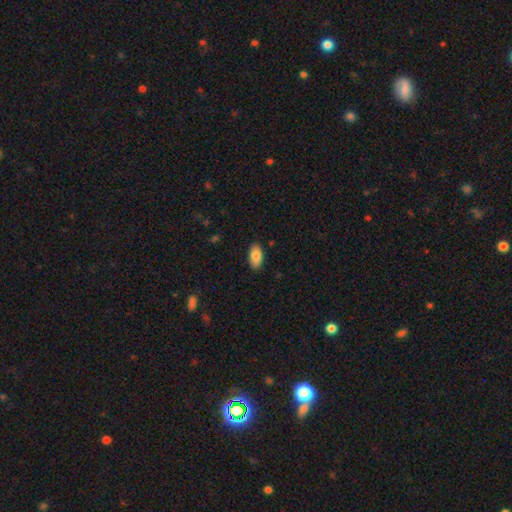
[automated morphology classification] The model was most divided on "smooth or featured": smooth: 82%, featured or disk: 11%, star or artifact: 7%. More confident: how rounded — in between (94%); merging — none (86%).